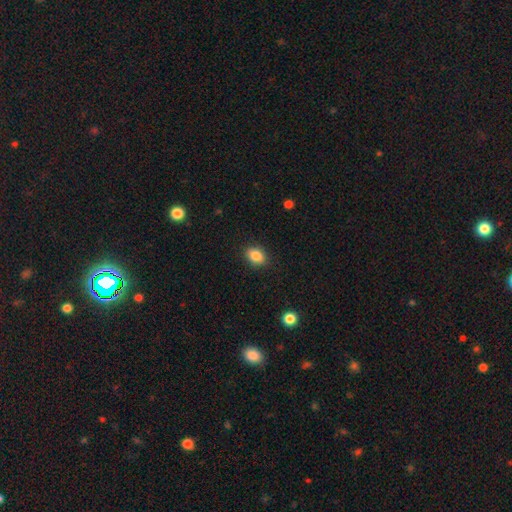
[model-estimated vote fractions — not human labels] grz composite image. It shows a smooth galaxy with no disk features (86%) that is in between round and cigar-shaped (74%). Merging: none (88%).